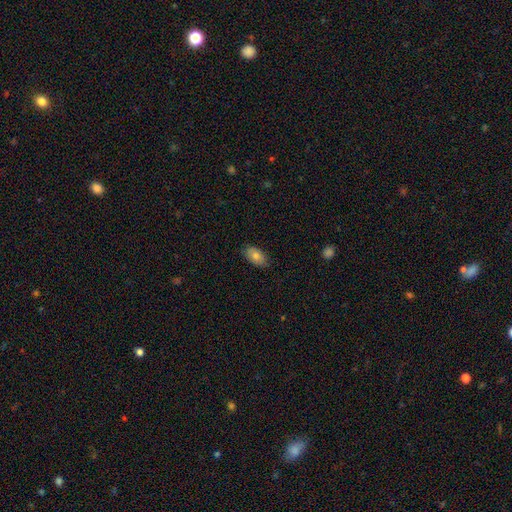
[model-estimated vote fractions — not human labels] A smooth galaxy with no disk features (77%) that is in between round and cigar-shaped (93%).

Vote fractions:
- Smooth or featured? smooth: 77% / featured or disk: 15% / star or artifact: 7%
- How rounded? in between: 93% / round: 5% / cigar-shaped: 2%
- Merging? none: 85% / minor disturbance: 12% / major disturbance: 2% / merger: 1%